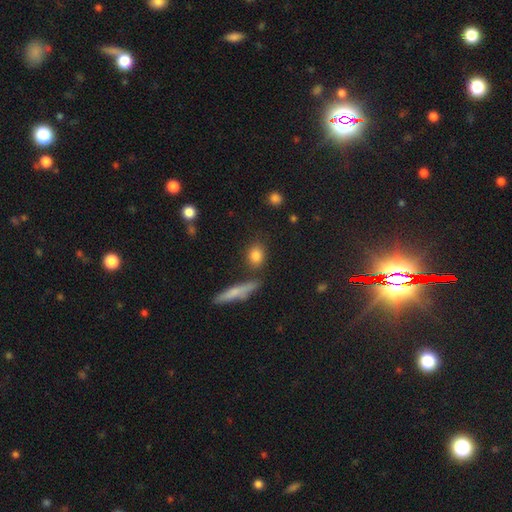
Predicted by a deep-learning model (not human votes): Smooth or featured: smooth — 83% (featured or disk — 9%)
How rounded: in between — 46% (round — 45%)
Merging: none — 77% (minor disturbance — 11%)